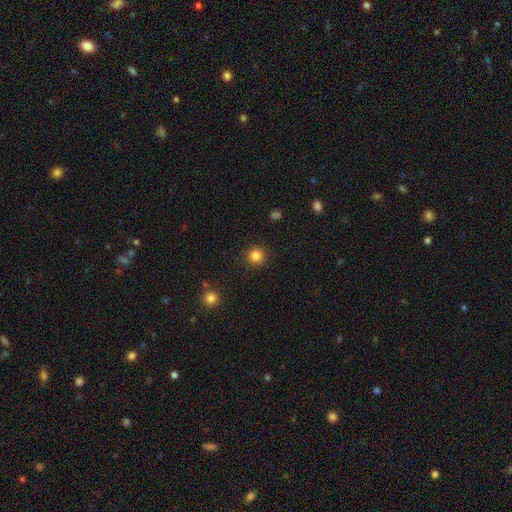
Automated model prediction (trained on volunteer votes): Smooth or featured?
  - smooth: 84% *
  - star or artifact: 12%
  - featured or disk: 4%
How rounded?
  - round: 95% *
  - in between: 4%
  - cigar-shaped: 1%
Merging?
  - none: 90% *
  - minor disturbance: 6%
  - major disturbance: 3%
  - merger: 1%